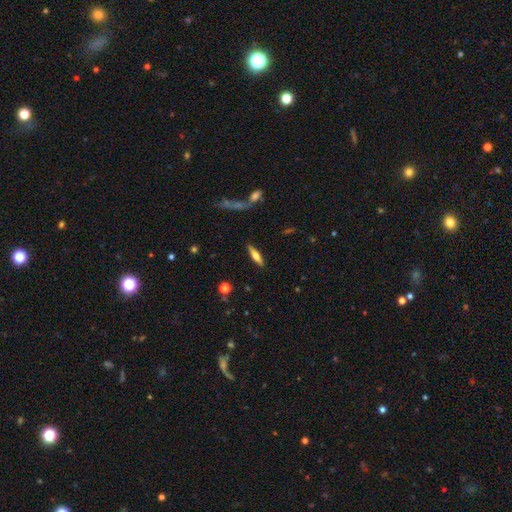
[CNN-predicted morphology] This appears to be a smooth galaxy with no disk features (50%) that is cigar-shaped (69%). Merging: none (87%).